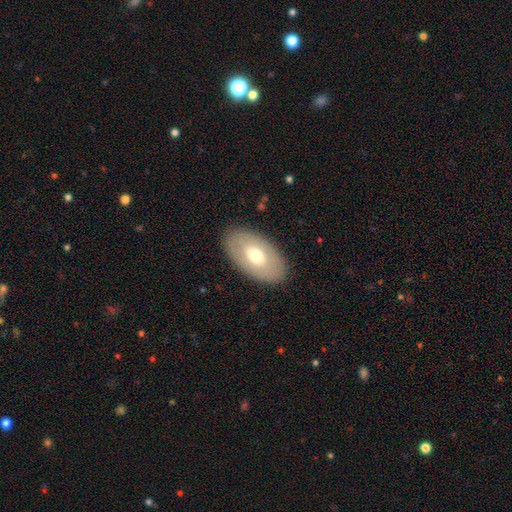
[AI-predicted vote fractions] Morphology: type=smooth (58%); roundness=in between (93%); merging=none (87%).